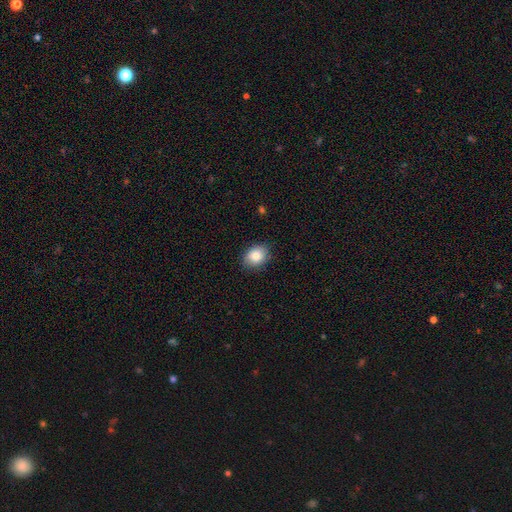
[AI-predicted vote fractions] smooth-or-featured: smooth: 85% | star or artifact: 8% | featured or disk: 7%
  how-rounded: in between: 61% | round: 38% | cigar-shaped: 1%
  merging: none: 83% | minor disturbance: 13% | major disturbance: 3% | merger: 1%